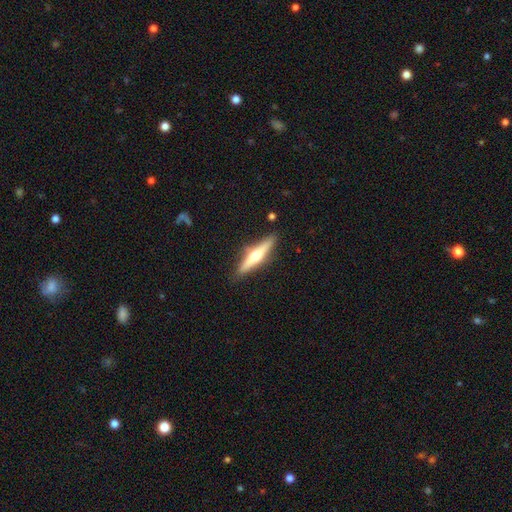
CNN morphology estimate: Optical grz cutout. It shows a featured or disk galaxy (60%) viewed edge-on (96%) with a rounded central bulge (92%). Merging: none (87%).